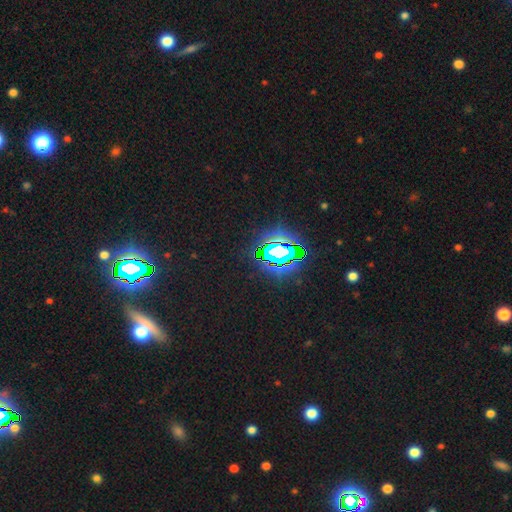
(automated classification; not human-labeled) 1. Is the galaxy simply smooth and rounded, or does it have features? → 82% star or artifact, 10% smooth, 8% featured or disk.